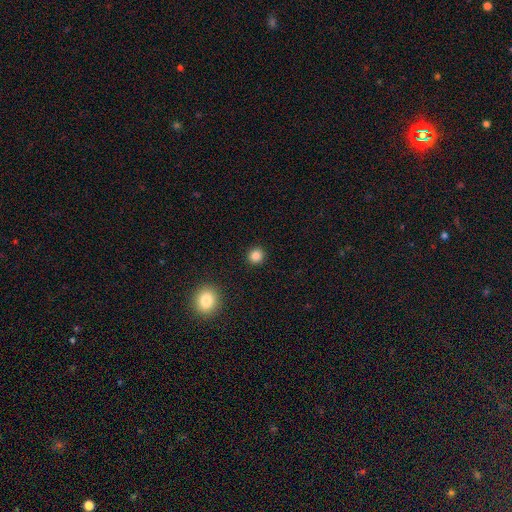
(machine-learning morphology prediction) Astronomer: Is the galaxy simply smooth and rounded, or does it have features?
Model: smooth — 85%.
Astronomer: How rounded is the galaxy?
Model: round — 91%.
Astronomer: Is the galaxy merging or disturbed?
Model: none — 92%.